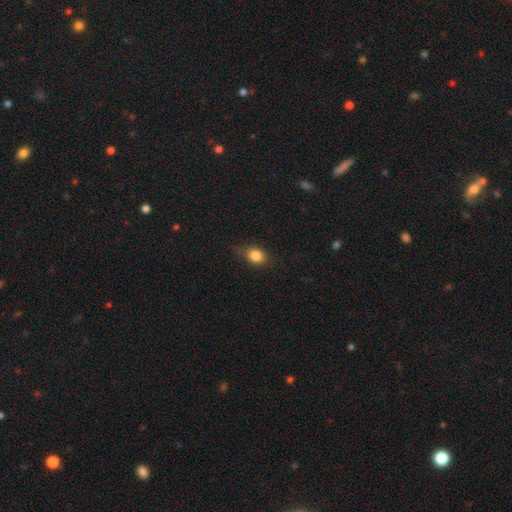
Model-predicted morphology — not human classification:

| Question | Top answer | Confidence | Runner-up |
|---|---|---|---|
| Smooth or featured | smooth | 83% | star or artifact (10%) |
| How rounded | in between | 58% | round (40%) |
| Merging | none | 70% | minor disturbance (23%) |